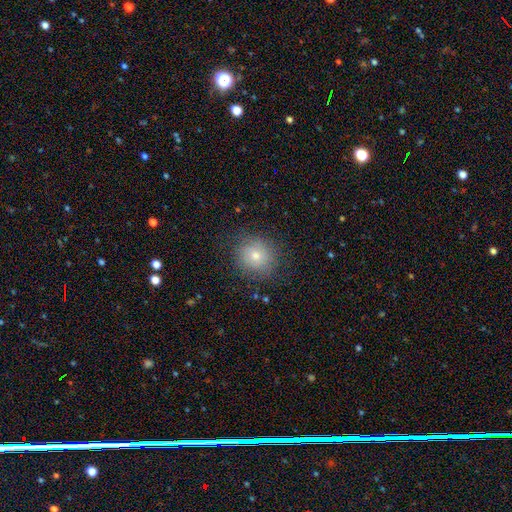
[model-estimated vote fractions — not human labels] smooth-or-featured: smooth: 74% | featured or disk: 14% | star or artifact: 12%
  how-rounded: round: 85% | in between: 14% | cigar-shaped: 1%
  merging: none: 82% | minor disturbance: 12% | major disturbance: 5% | merger: 1%